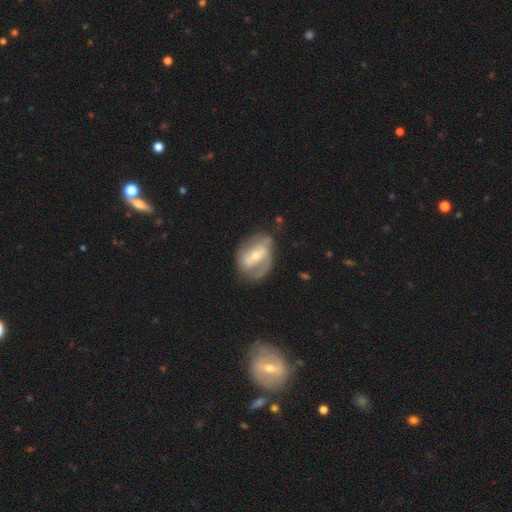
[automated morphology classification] This is likely a featured or disk galaxy (74%). It is clearly not viewed edge-on (96%). Bar: marginally weak (41%). Spiral arm pattern: clearly yes (82%). Spiral arm count: likely 2 (61%). Spiral winding: marginally medium (43%). Central bulge: possibly moderate (51%). Merging: possibly none (60%).